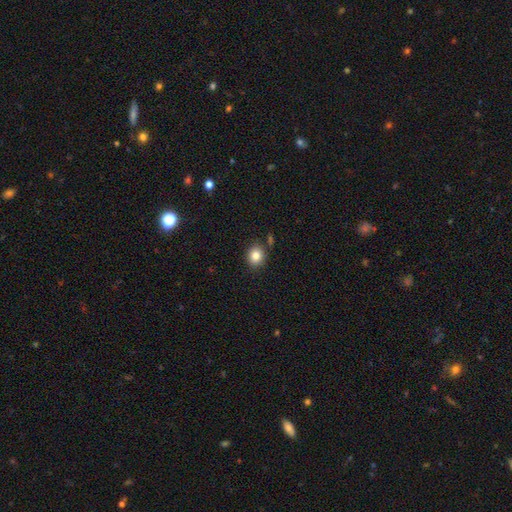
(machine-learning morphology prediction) This is clearly a smooth galaxy (83%). How rounded: likely round (70%). Merging: clearly none (82%).